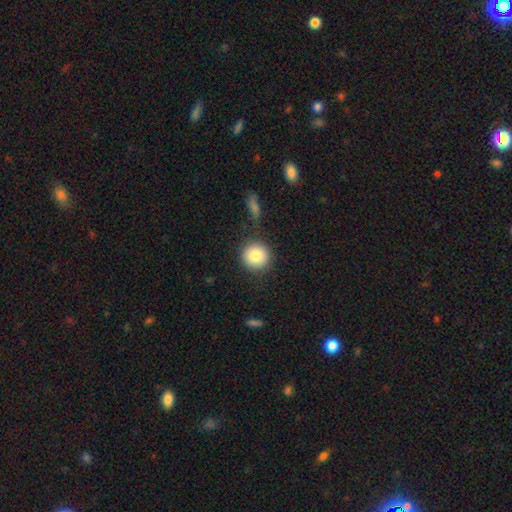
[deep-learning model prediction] smooth-or-featured: smooth: 86% | star or artifact: 8% | featured or disk: 6%
  how-rounded: round: 92% | in between: 7% | cigar-shaped: 1%
  merging: none: 84% | minor disturbance: 9% | merger: 4% | major disturbance: 3%